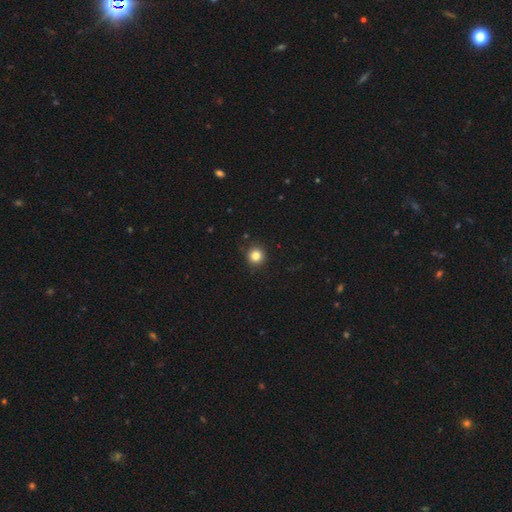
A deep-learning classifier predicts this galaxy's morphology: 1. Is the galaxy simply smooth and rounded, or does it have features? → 84% smooth, 12% star or artifact, 5% featured or disk.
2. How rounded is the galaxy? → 94% round, 5% in between, 1% cigar-shaped.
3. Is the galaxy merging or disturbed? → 91% none, 6% minor disturbance, 2% major disturbance, 1% merger.